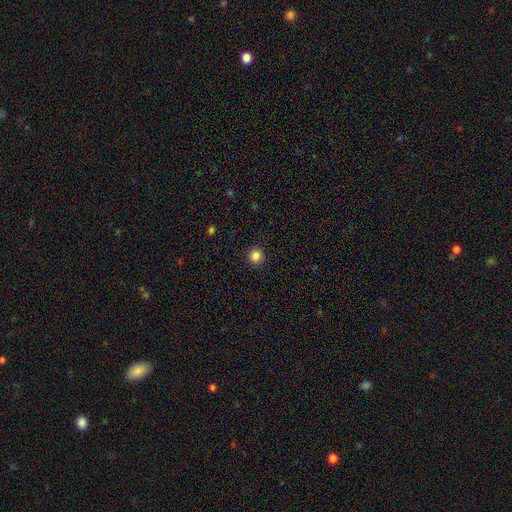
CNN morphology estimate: Overall: smooth (86%). How rounded: round (94%). Merging: none (93%).